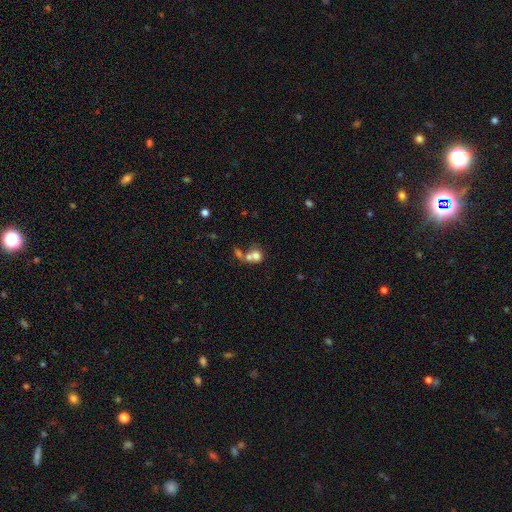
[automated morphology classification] Overall: smooth (70%). How rounded: round (66%; in between 33%). Merging: merger (60%; none 25%).